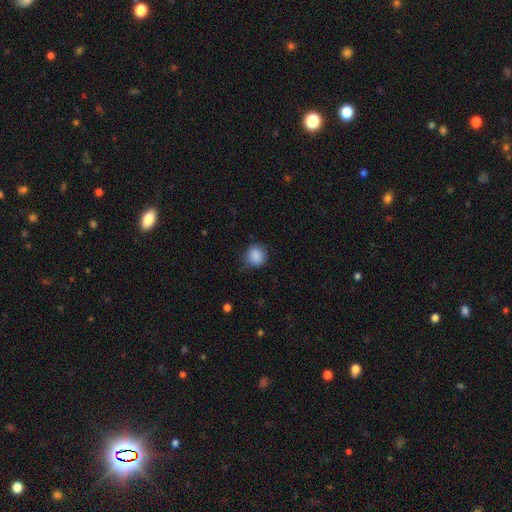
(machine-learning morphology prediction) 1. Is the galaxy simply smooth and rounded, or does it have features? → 88% smooth, 8% star or artifact, 4% featured or disk.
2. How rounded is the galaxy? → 80% round, 19% in between, 1% cigar-shaped.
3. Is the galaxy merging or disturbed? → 72% none, 22% minor disturbance, 5% major disturbance, 1% merger.